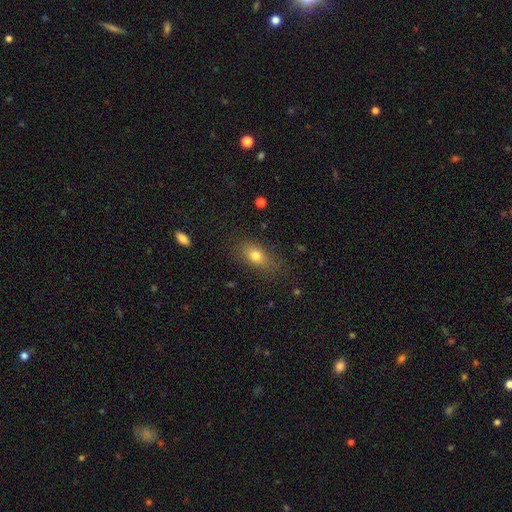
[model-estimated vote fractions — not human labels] Smooth or featured?
  - smooth: 76% *
  - featured or disk: 12%
  - star or artifact: 11%
How rounded?
  - in between: 76% *
  - round: 18%
  - cigar-shaped: 6%
Merging?
  - none: 75% *
  - minor disturbance: 17%
  - major disturbance: 6%
  - merger: 2%